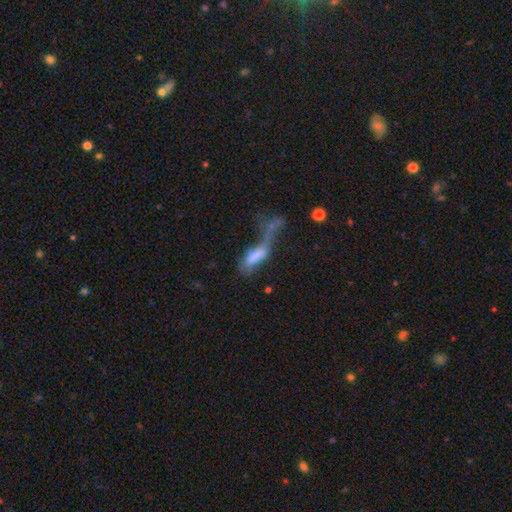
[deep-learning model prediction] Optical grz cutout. It shows a smooth galaxy with no disk features (61%) that is in between round and cigar-shaped (59%). Merging: merger (41%).